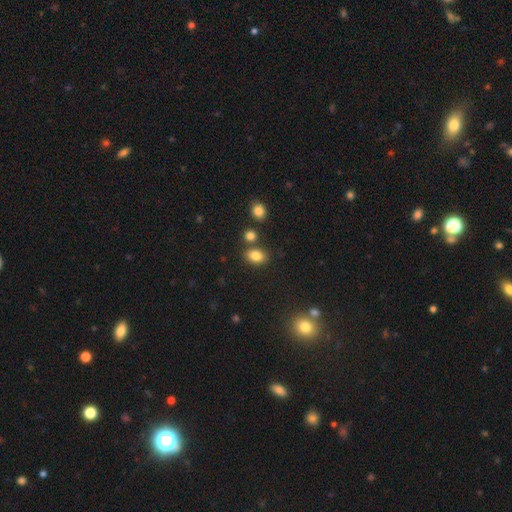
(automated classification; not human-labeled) Smooth or featured?
  - smooth: 84% *
  - star or artifact: 10%
  - featured or disk: 6%
How rounded?
  - in between: 76% *
  - round: 22%
  - cigar-shaped: 1%
Merging?
  - none: 74% *
  - merger: 11%
  - minor disturbance: 11%
  - major disturbance: 3%